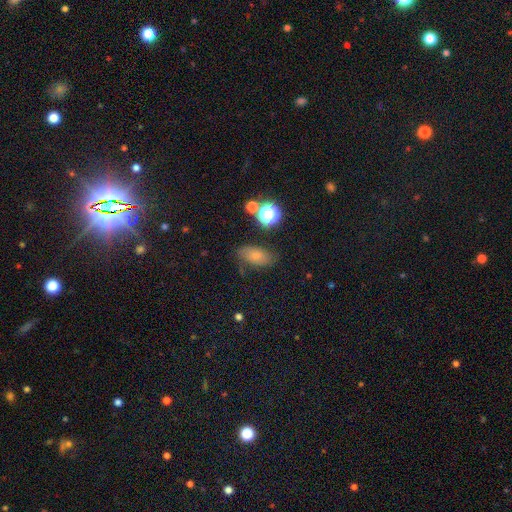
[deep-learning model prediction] The model was most divided on "merging": none: 66%, minor disturbance: 22%, major disturbance: 8%, merger: 4%. More confident: how rounded — in between (86%); smooth or featured — smooth (65%).